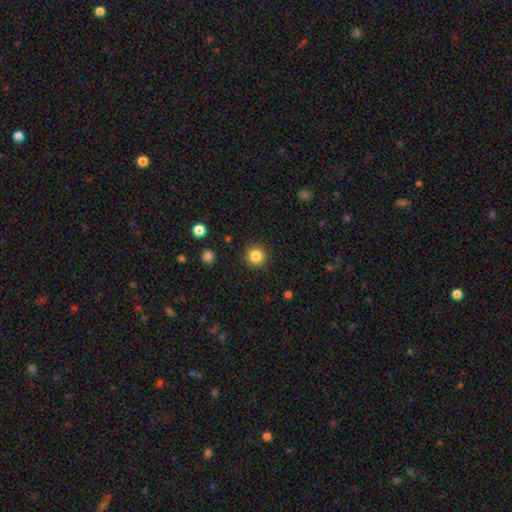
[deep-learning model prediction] Morphology: type=smooth (85%); roundness=round (95%); merging=none (91%).